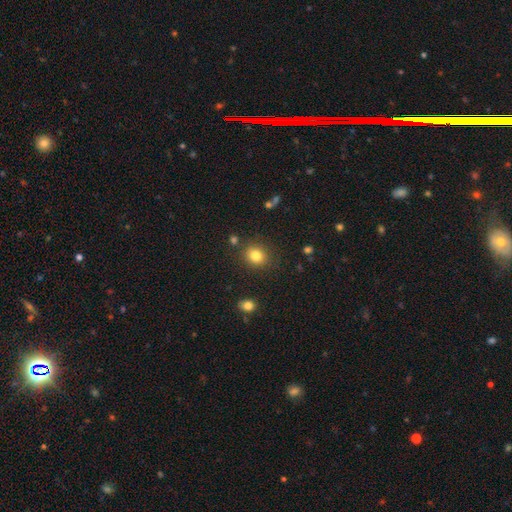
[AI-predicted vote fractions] Overall: smooth (82%). How rounded: round (71%). Merging: none (84%).